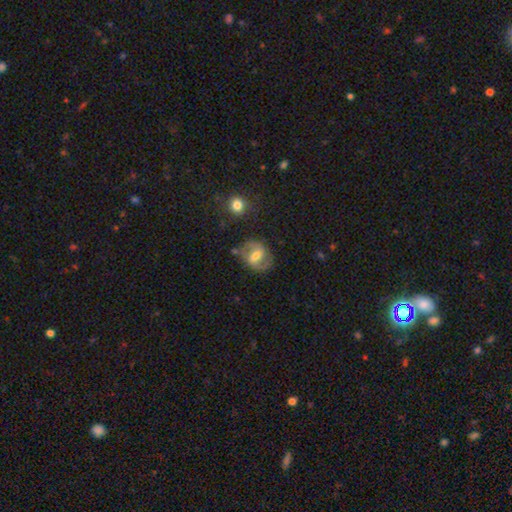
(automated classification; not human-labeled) A featured or disk galaxy (64%) with a weak bar (47%), spiral arms (80%) and a moderate central bulge (62%).

Vote fractions:
- Smooth or featured? featured or disk: 64% / smooth: 28% / star or artifact: 8%
- Edge-on disk? no: 96% / yes: 4%
- Bar? weak: 47% / strong: 35% / no: 18%
- Spiral arms? yes: 80% / no: 20%
- Bulge size? moderate: 62% / small: 30% / large: 5% / none: 2% / dominant: 1%
- Merging? none: 68% / minor disturbance: 19% / major disturbance: 8% / merger: 5%